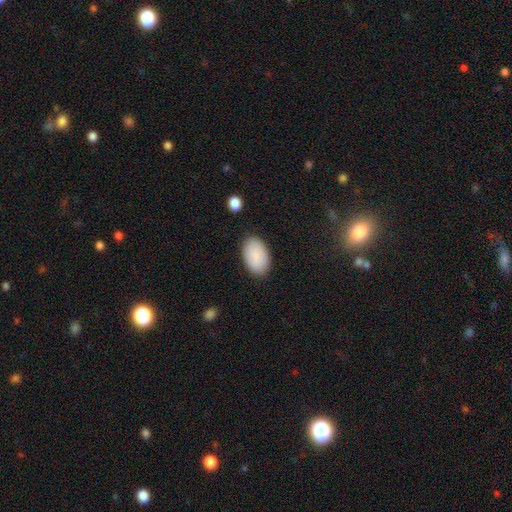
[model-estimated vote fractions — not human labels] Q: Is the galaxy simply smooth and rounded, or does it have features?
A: smooth — 89%.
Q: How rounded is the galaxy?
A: in between — 94%.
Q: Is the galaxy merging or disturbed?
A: none — 86%.